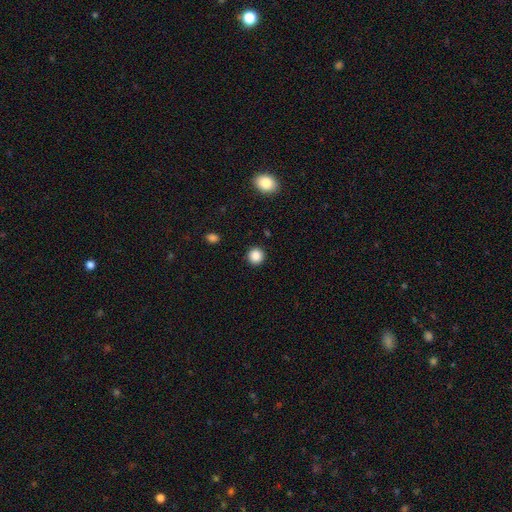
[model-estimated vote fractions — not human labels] Morphology: type=smooth (86%); roundness=round (94%); merging=none (92%).